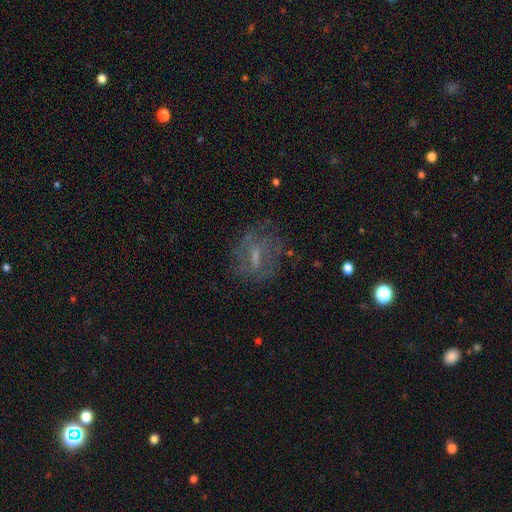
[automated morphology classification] Smooth or featured?
  - featured or disk: 62% *
  - smooth: 24%
  - star or artifact: 14%
Edge-on disk?
  - no: 93% *
  - yes: 7%
Bar?
  - weak: 52% *
  - no: 25%
  - strong: 24%
Spiral arms?
  - yes: 65% *
  - no: 35%
Bulge size?
  - small: 44% *
  - none: 26%
  - moderate: 26%
  - large: 3%
  - dominant: 1%
Merging?
  - none: 66% *
  - minor disturbance: 17%
  - major disturbance: 15%
  - merger: 2%